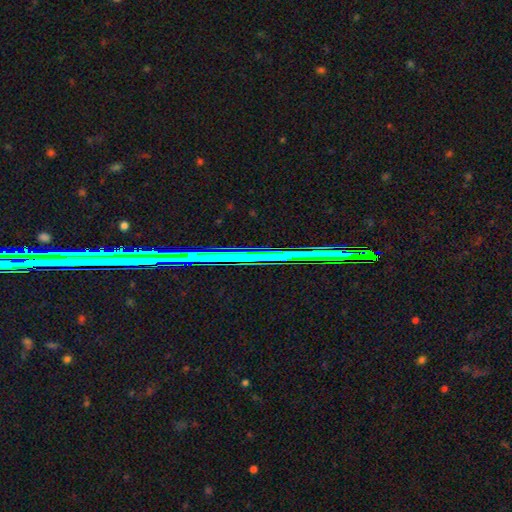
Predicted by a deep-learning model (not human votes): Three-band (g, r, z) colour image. It shows a star or artifact, not a galaxy (72%).